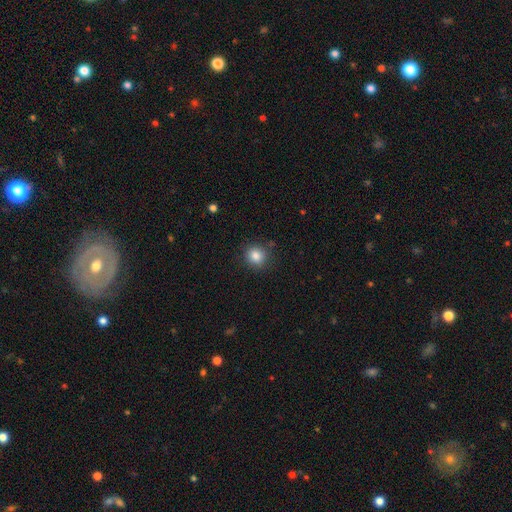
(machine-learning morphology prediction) type=smooth (85%); roundness=round (86%); merging=none (86%).